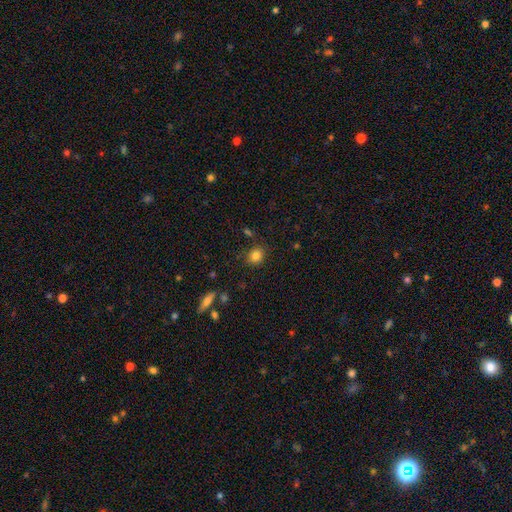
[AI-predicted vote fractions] Morphology: type=smooth (82%); roundness=round (75%); merging=none (83%).